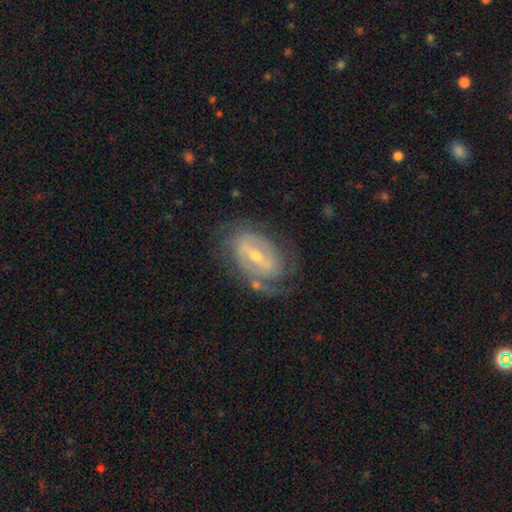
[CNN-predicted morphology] smooth_or_featured: featured or disk (p=0.83) [alt: smooth p=0.11]
disk_edge_on: no (p=0.95) [alt: yes p=0.05]
bar: strong (p=0.44) [alt: weak p=0.42]
has_spiral_arms: yes (p=0.89) [alt: no p=0.11]
spiral_winding: tight (p=0.53) [alt: medium p=0.35]
spiral_arm_count: 2 (p=0.57) [alt: can't tell p=0.22]
bulge_size: small (p=0.49) [alt: moderate p=0.46]
merging: none (p=0.65) [alt: minor disturbance p=0.20]